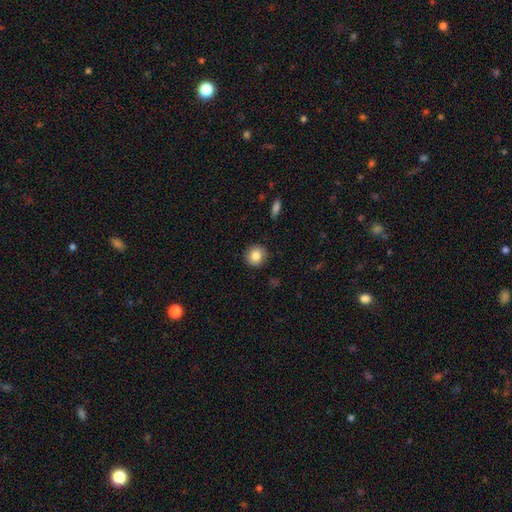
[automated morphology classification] Overall: smooth (83%). How rounded: round (92%). Merging: none (91%).